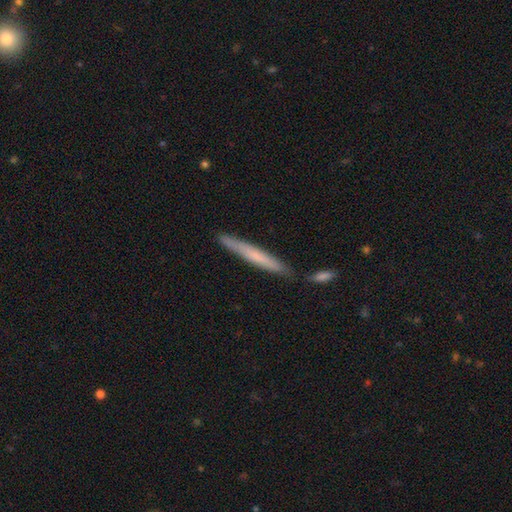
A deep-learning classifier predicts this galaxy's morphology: smooth-or-featured: smooth: 61% | featured or disk: 34% | star or artifact: 6%
  how-rounded: cigar-shaped: 96% | in between: 3% | round: 1%
  merging: none: 80% | minor disturbance: 12% | merger: 6% | major disturbance: 2%